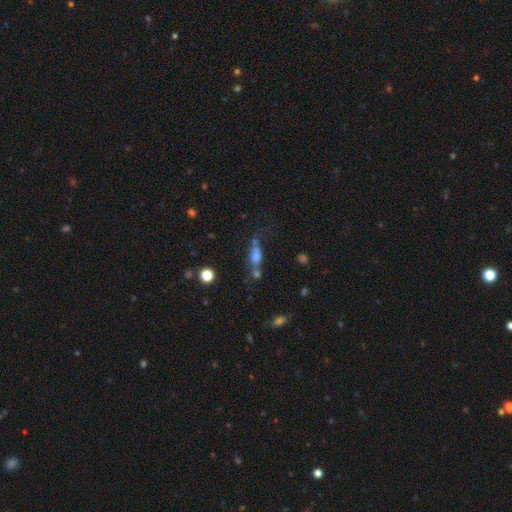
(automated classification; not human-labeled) Overall: smooth (68%). How rounded: in between (61%; cigar-shaped 32%). Merging: none (39%; merger 28%).